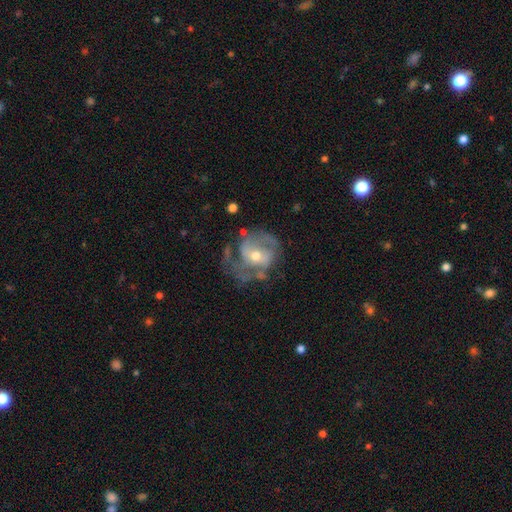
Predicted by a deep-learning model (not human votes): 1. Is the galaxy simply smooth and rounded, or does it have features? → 79% featured or disk, 14% smooth, 7% star or artifact.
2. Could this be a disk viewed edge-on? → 97% no, 3% yes.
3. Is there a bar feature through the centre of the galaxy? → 46% no, 38% weak, 16% strong.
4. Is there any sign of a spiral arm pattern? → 82% yes, 18% no.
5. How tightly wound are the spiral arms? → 45% medium, 33% tight, 22% loose.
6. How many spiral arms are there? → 57% 2, 21% can't tell, 9% 1, 9% 3, 2% 4, 2% more than 4.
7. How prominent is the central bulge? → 59% moderate, 36% small, 3% large, 1% none, 1% dominant.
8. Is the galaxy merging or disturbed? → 46% none, 27% major disturbance, 24% minor disturbance, 4% merger.